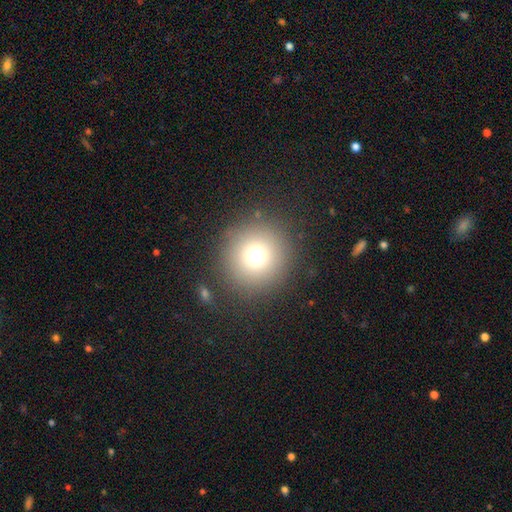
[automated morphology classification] Smooth or featured? Predicted: smooth (p=0.73). How rounded? Predicted: round (p=0.96). Merging? Predicted: none (p=0.88).